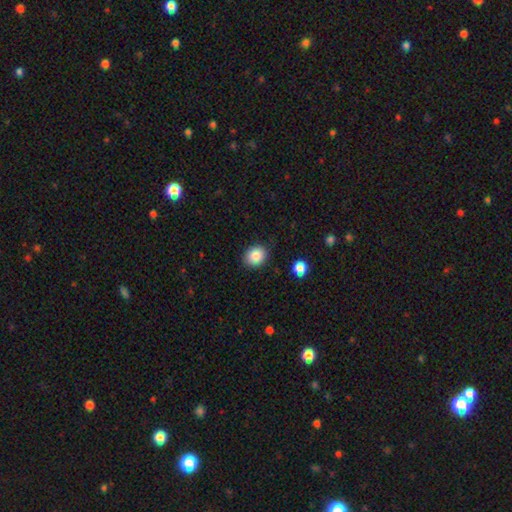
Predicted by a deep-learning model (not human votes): A smooth galaxy with no disk features (86%) that is round (63%). Merging: none (85%).